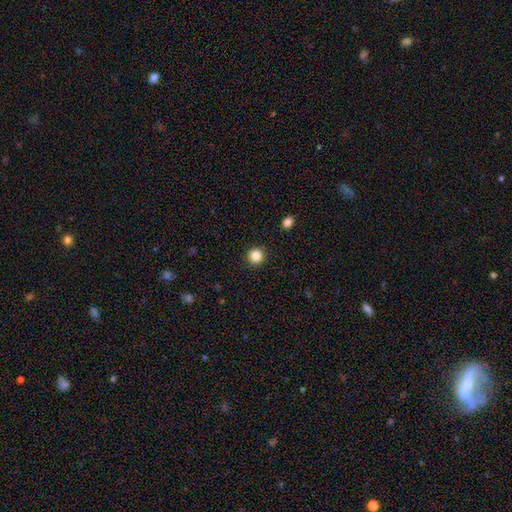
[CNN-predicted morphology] Smooth or featured: smooth — 85% (star or artifact — 11%)
How rounded: round — 93% (in between — 6%)
Merging: none — 92% (minor disturbance — 5%)